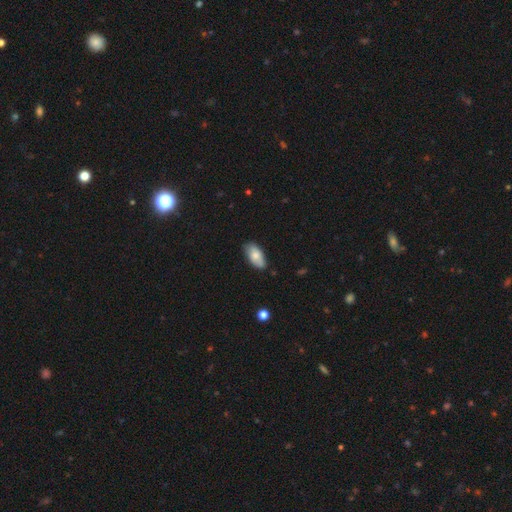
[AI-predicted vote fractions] smooth-or-featured: smooth: 77% | featured or disk: 16% | star or artifact: 7%
  how-rounded: in between: 91% | cigar-shaped: 6% | round: 3%
  merging: none: 75% | minor disturbance: 20% | major disturbance: 3% | merger: 2%